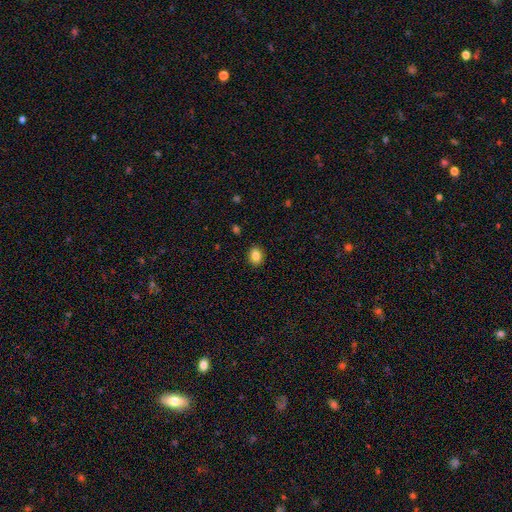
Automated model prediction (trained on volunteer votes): Q: Smooth or featured?
A: smooth (84%); runner-up: star or artifact (9%)
Q: How rounded?
A: in between (56%); runner-up: round (43%)
Q: Merging?
A: none (90%); runner-up: minor disturbance (7%)